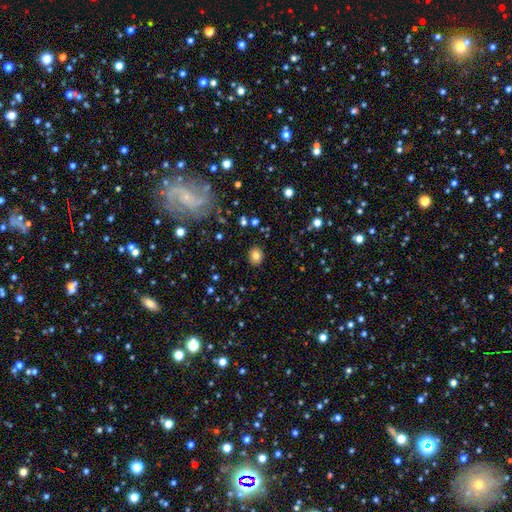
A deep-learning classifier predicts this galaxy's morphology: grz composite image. It shows a smooth galaxy with no disk features (80%) that is round (65%). Merging: none (89%).